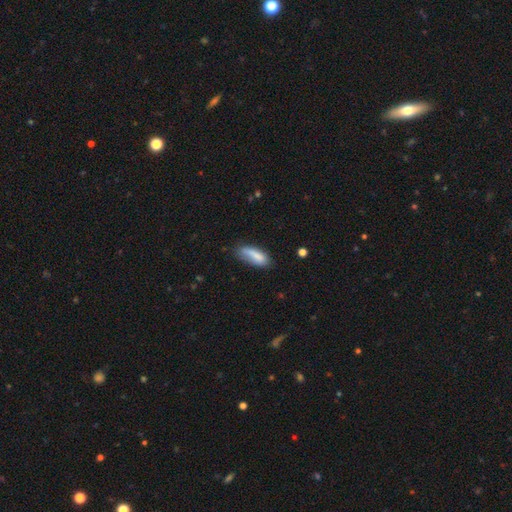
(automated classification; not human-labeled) This appears to be a smooth galaxy with no disk features (80%) that is in between round and cigar-shaped (66%). Merging: none (57%).